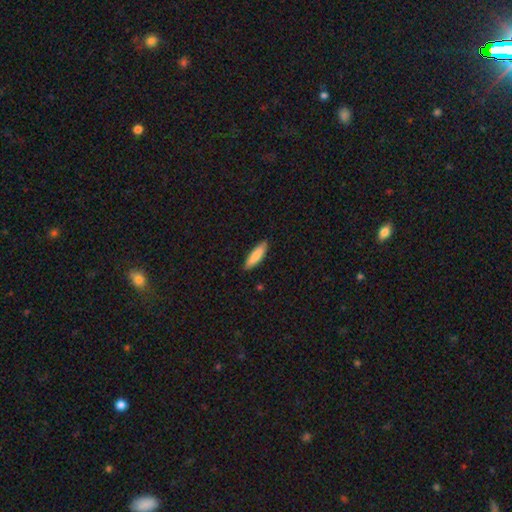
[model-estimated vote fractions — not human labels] A smooth galaxy with no disk features (86%) that is cigar-shaped (62%).

Vote fractions:
- Smooth or featured? smooth: 86% / featured or disk: 9% / star or artifact: 5%
- How rounded? cigar-shaped: 62% / in between: 37% / round: 1%
- Merging? none: 88% / minor disturbance: 9% / major disturbance: 2% / merger: 1%